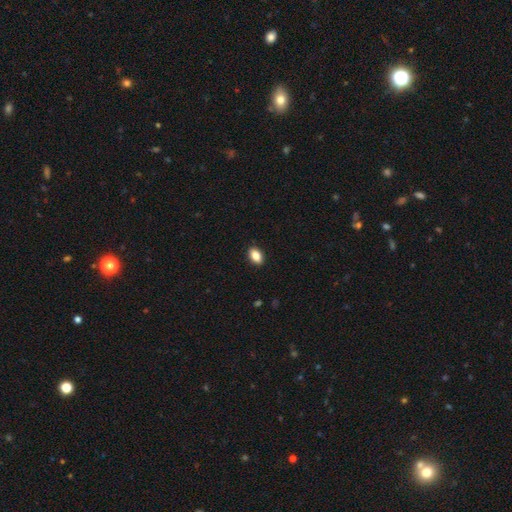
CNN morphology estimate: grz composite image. It shows a smooth galaxy with no disk features (87%) that is in between round and cigar-shaped (89%). Merging: none (90%).